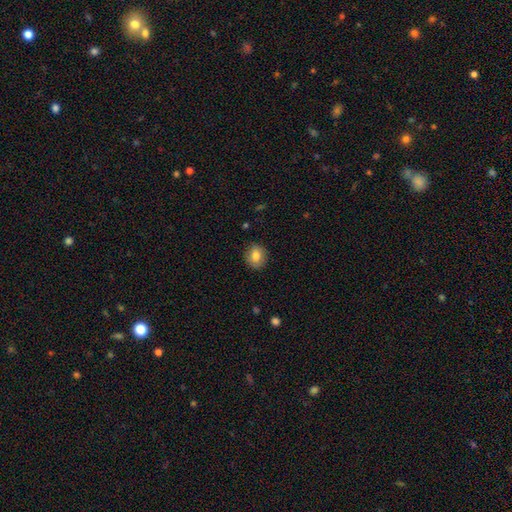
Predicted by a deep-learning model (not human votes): A smooth galaxy with no disk features (81%) that is round (66%).

Vote fractions:
- Smooth or featured? smooth: 81% / featured or disk: 11% / star or artifact: 8%
- How rounded? round: 66% / in between: 33% / cigar-shaped: 1%
- Merging? none: 86% / minor disturbance: 10% / major disturbance: 2% / merger: 1%